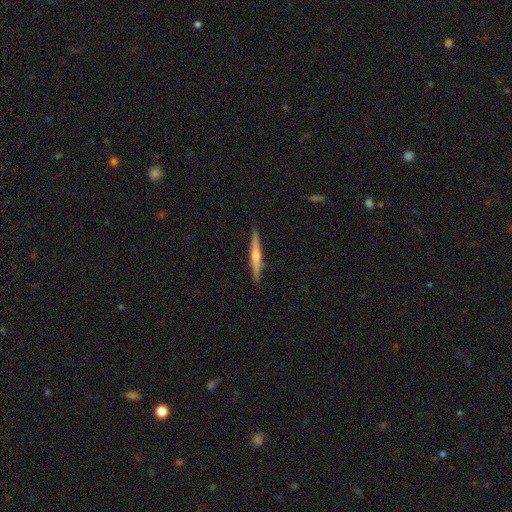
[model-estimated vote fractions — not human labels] This appears to be a featured or disk galaxy (71%) viewed edge-on (98%) with a rounded central bulge (81%). Merging: none (92%).